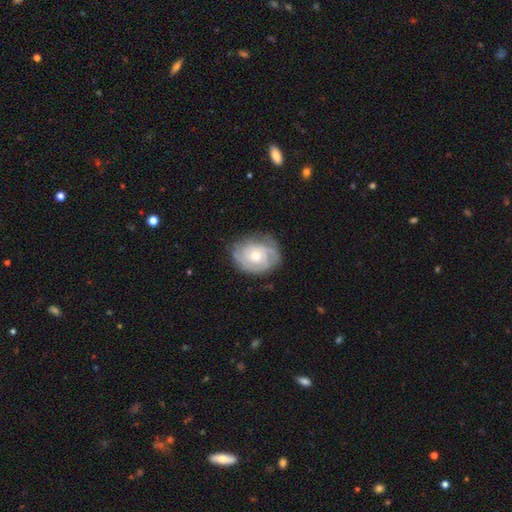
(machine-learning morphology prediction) smooth-or-featured: featured or disk: 73% | smooth: 22% | star or artifact: 5%
  disk-edge-on: no: 97% | yes: 3%
    bar: no: 78% | weak: 19% | strong: 3%
    has-spiral-arms: yes: 87% | no: 13%
      spiral-winding: tight: 66% | medium: 26% | loose: 8%
      spiral-arm-count: can't tell: 39% | 2: 29% | 3: 17% | 1: 6% | 4: 5% | more than 4: 4%
    bulge-size: moderate: 65% | small: 26% | large: 7% | none: 1% | dominant: 1%
  merging: none: 70% | minor disturbance: 21% | major disturbance: 8% | merger: 1%